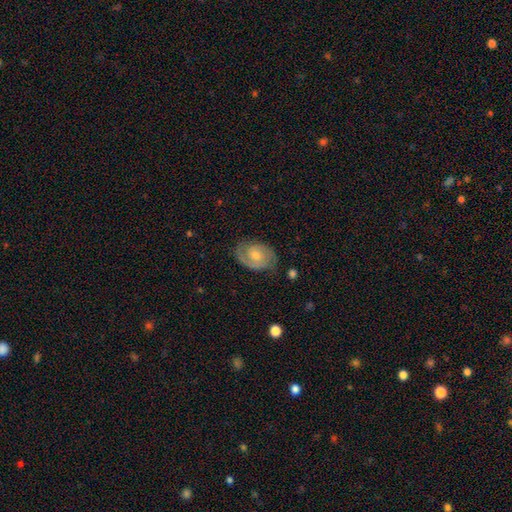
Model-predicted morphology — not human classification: Smooth or featured? Predicted: featured or disk (p=0.78). Edge-on disk? Predicted: no (p=0.97). Bar? Predicted: no (p=0.67). Spiral arms? Predicted: yes (p=0.94). Spiral winding? Predicted: tight (p=0.50). Spiral arm count? Predicted: 2 (p=0.80). Bulge size? Predicted: moderate (p=0.54). Merging? Predicted: none (p=0.74).